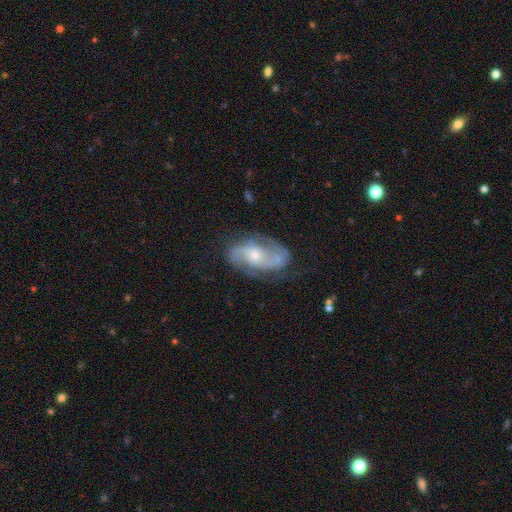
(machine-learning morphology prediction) Smooth or featured? Predicted: featured or disk (p=0.86). Edge-on disk? Predicted: no (p=0.97). Bar? Predicted: no (p=0.58). Spiral arms? Predicted: yes (p=0.96). Spiral winding? Predicted: medium (p=0.52). Spiral arm count? Predicted: 2 (p=0.84). Bulge size? Predicted: small (p=0.49). Merging? Predicted: none (p=0.72).